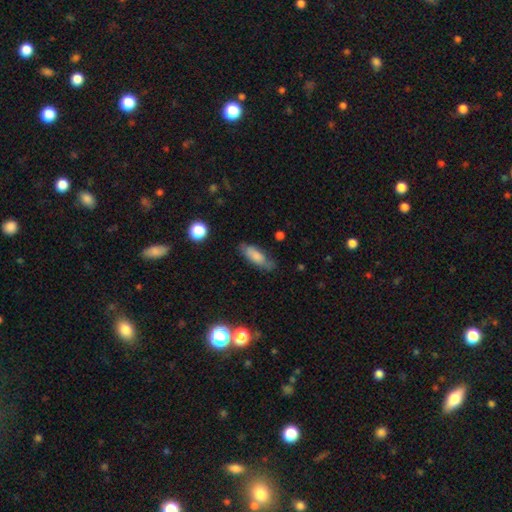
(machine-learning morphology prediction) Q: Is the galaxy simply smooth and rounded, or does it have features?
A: smooth — 76%.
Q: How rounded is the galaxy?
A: in between — 65%.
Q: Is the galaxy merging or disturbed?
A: none — 67%.